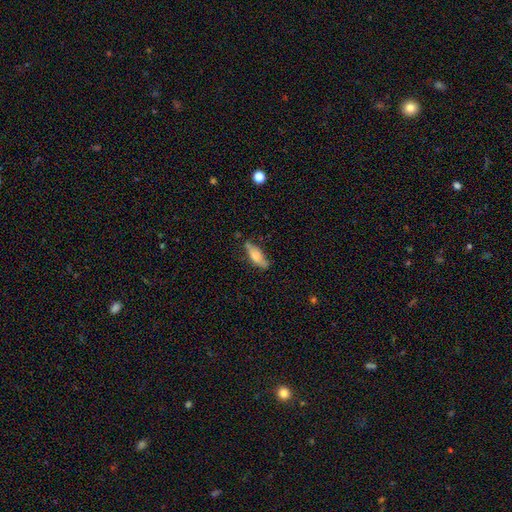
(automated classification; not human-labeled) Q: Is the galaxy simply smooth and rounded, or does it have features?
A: smooth — 68%.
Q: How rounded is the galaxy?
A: in between — 58%.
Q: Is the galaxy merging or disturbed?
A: none — 68%.